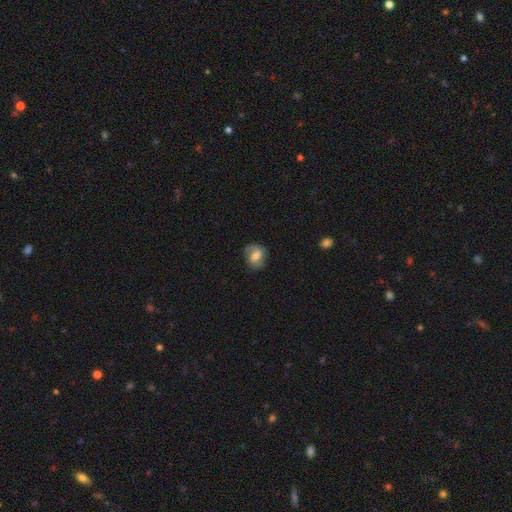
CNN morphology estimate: Smooth or featured: featured or disk — 48% (smooth — 44%)
Merging: none — 65% (minor disturbance — 22%)